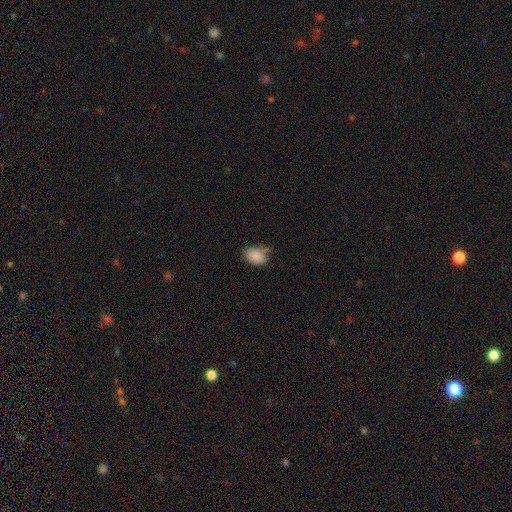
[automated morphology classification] A smooth galaxy with no disk features (87%) that is in between round and cigar-shaped (75%).

Vote fractions:
- Smooth or featured? smooth: 87% / star or artifact: 8% / featured or disk: 5%
- How rounded? in between: 75% / round: 24% / cigar-shaped: 1%
- Merging? none: 66% / minor disturbance: 24% / major disturbance: 5% / merger: 4%